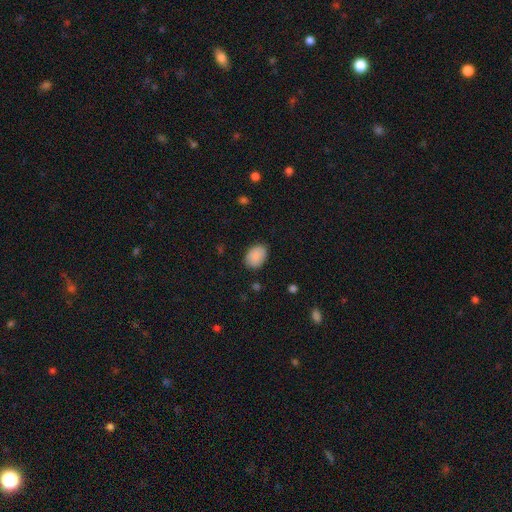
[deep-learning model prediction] Overall: smooth (89%). How rounded: in between (80%). Merging: none (83%).